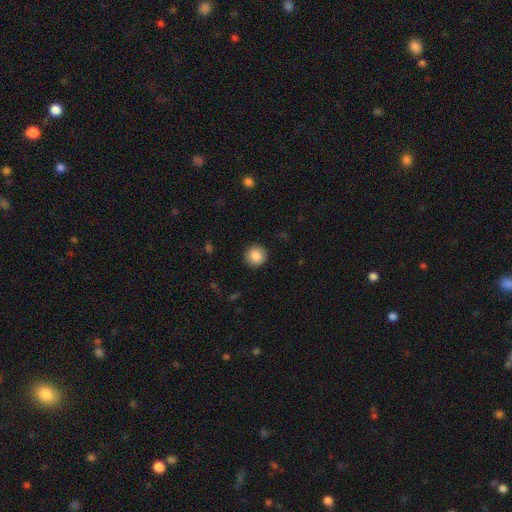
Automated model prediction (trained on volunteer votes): Morphology: type=smooth (87%); roundness=round (92%); merging=none (91%).